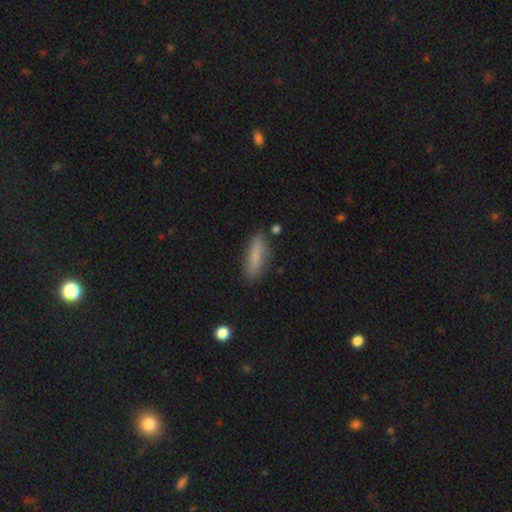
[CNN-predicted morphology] smooth 81%, featured or disk 12%, star or artifact 7%. Down the decision tree: how rounded — cigar-shaped (53%); merging — none (80%).